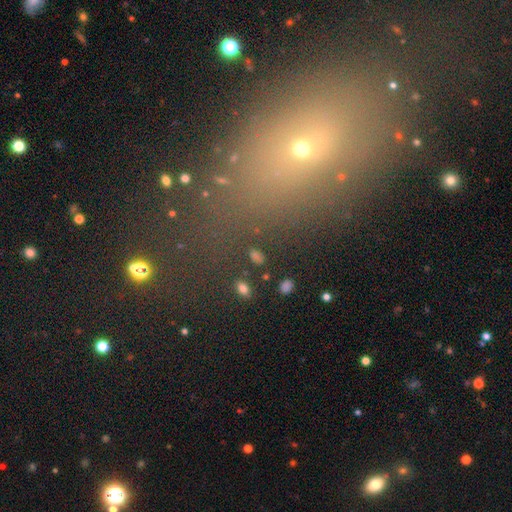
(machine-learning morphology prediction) A smooth galaxy with no disk features (64%) that is in between round and cigar-shaped (80%). Merging: none (83%).